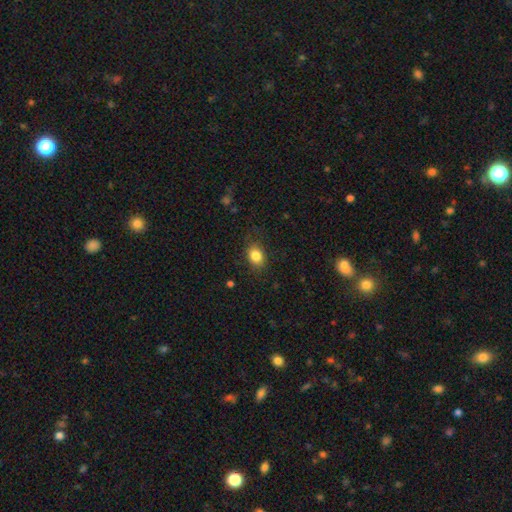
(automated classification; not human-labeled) Overall: smooth (84%). How rounded: in between (61%; round 38%). Merging: none (80%).